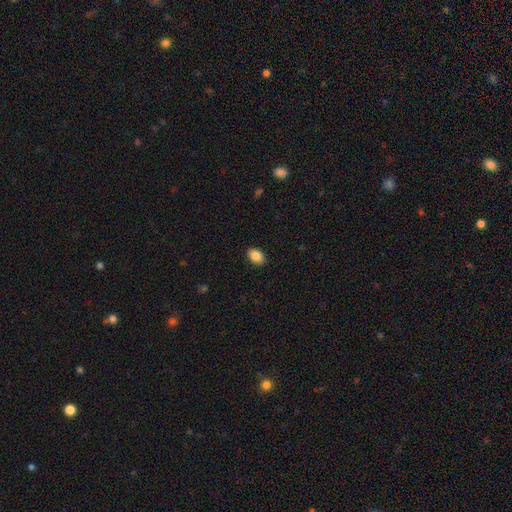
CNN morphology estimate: Smooth or featured: smooth — 88% (star or artifact — 8%)
How rounded: in between — 84% (round — 15%)
Merging: none — 89% (minor disturbance — 8%)